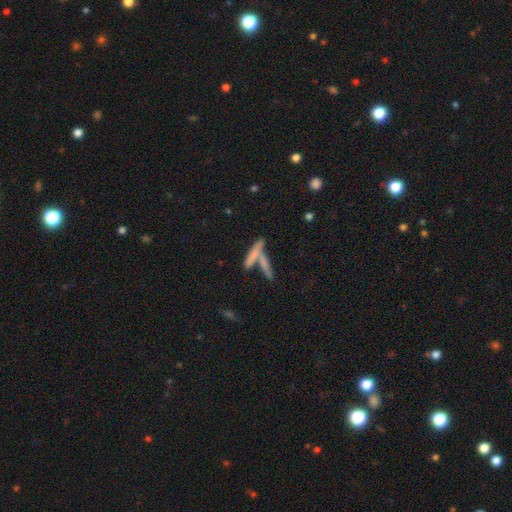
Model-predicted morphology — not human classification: Overall: smooth (63%; featured or disk 27%). How rounded: cigar-shaped (85%). Merging: none (45%; merger 42%).